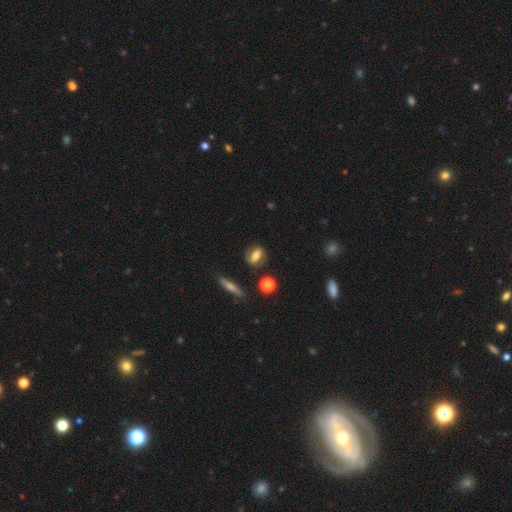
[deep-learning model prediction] Morphology: type=smooth (50%); merging=none (77%).